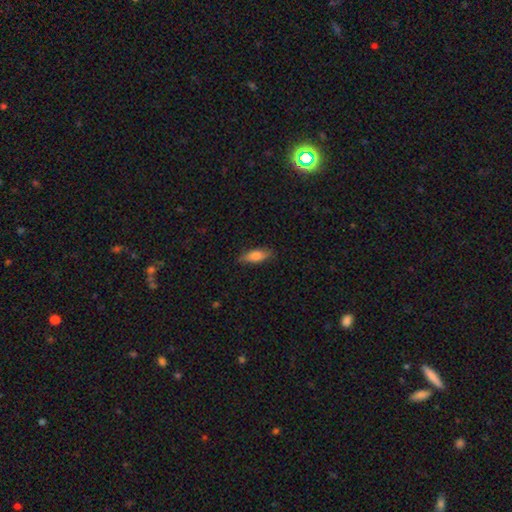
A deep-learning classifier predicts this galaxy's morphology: A smooth galaxy with no disk features (80%) that is in between round and cigar-shaped (68%). Merging: none (81%).